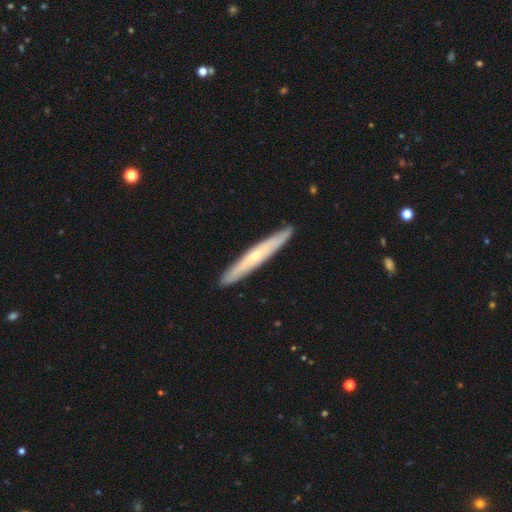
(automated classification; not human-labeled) A featured or disk galaxy (59%) viewed edge-on (88%) with a rounded central bulge (63%). Merging: none (90%).